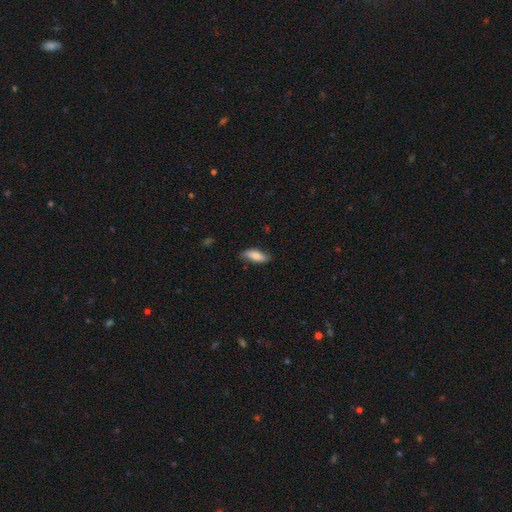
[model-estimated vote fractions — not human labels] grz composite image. It shows a smooth galaxy with no disk features (76%) that is in between round and cigar-shaped (71%). Merging: none (76%).